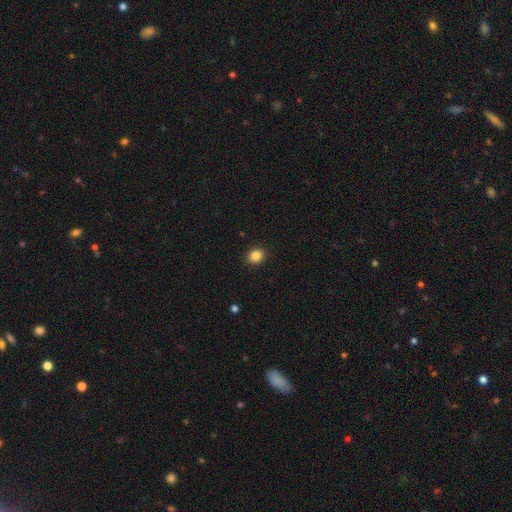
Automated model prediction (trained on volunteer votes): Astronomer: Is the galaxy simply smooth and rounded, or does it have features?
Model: smooth — 85%.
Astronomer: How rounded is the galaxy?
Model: round — 72%.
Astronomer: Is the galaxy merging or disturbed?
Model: none — 91%.